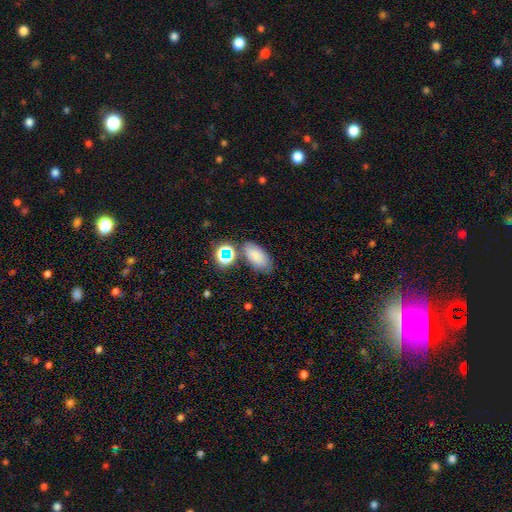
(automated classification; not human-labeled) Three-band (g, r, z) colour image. It shows a smooth galaxy with no disk features (77%) that is in between round and cigar-shaped (90%). Merging: none (71%).